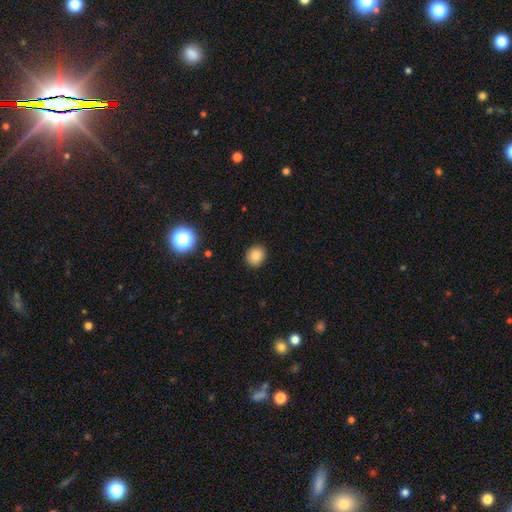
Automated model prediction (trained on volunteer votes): smooth 84%, star or artifact 11%, featured or disk 5%. Down the decision tree: how rounded — round (73%); merging — none (89%).